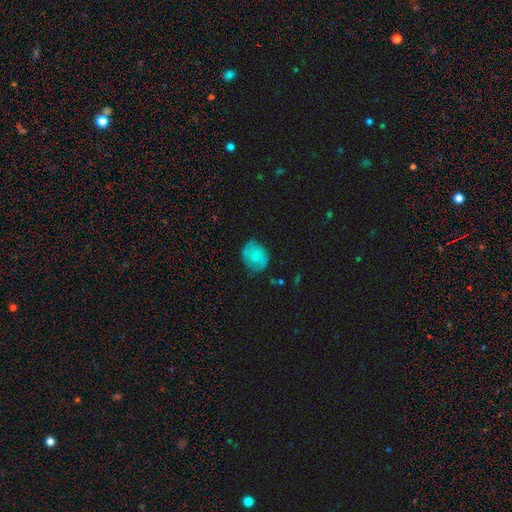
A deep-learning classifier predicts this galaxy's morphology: smooth-or-featured: smooth: 60% | featured or disk: 33% | star or artifact: 8%
  how-rounded: round: 62% | in between: 37% | cigar-shaped: 1%
  merging: none: 69% | minor disturbance: 23% | major disturbance: 6% | merger: 2%